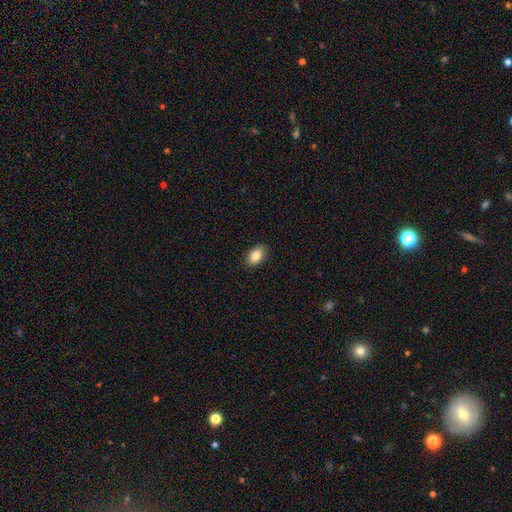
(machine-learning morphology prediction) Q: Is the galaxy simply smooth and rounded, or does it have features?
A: smooth — 85%.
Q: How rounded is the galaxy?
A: in between — 91%.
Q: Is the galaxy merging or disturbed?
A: none — 89%.